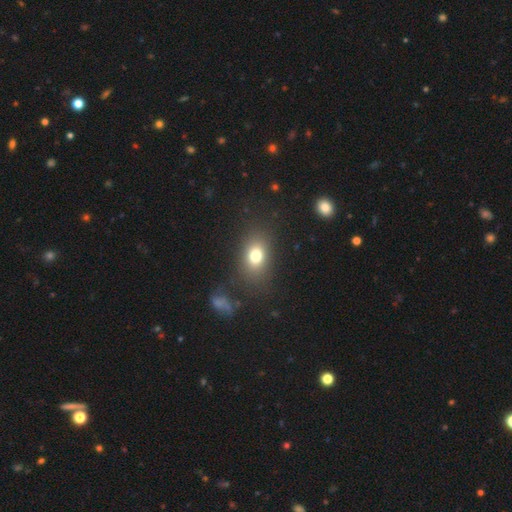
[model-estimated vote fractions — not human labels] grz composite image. It shows a smooth galaxy with no disk features (76%) that is in between round and cigar-shaped (72%). Merging: none (80%).